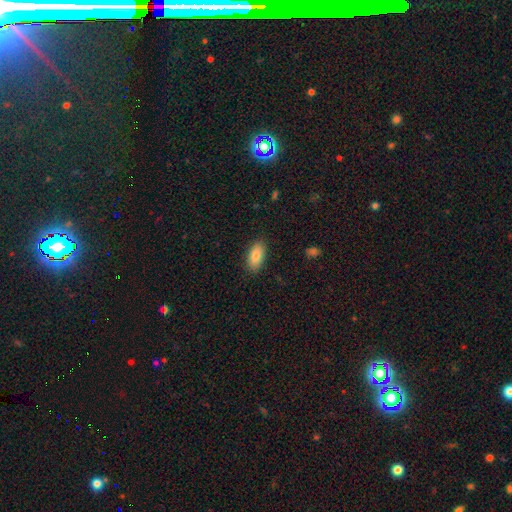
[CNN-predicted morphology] smooth-or-featured: smooth: 84% | featured or disk: 9% | star or artifact: 7%
  how-rounded: in between: 90% | cigar-shaped: 7% | round: 3%
  merging: none: 87% | minor disturbance: 10% | major disturbance: 2% | merger: 1%